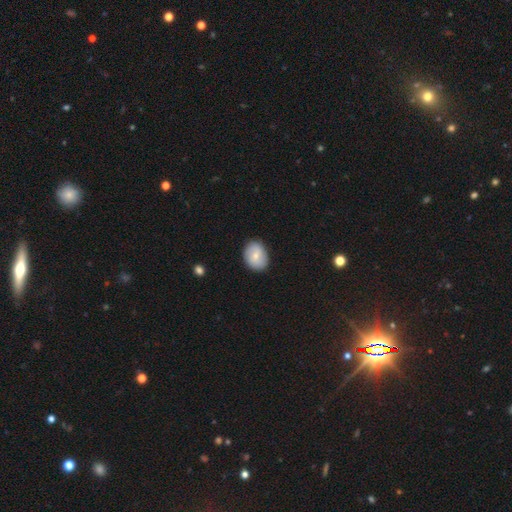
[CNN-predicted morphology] Smooth or featured? Predicted: smooth (p=0.69). How rounded? Predicted: in between (p=0.58). Merging? Predicted: none (p=0.85).